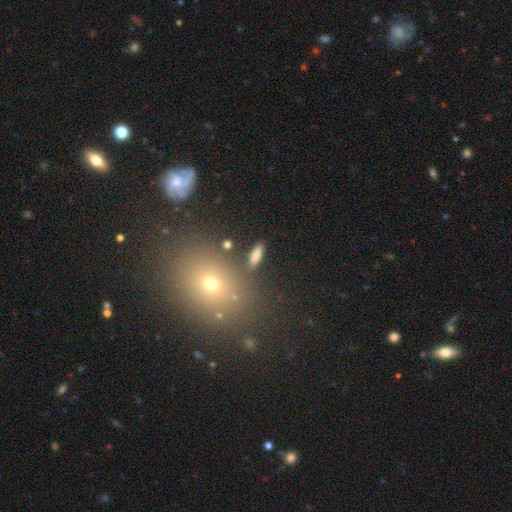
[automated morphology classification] Q: Smooth or featured?
A: smooth (75%); runner-up: featured or disk (14%)
Q: How rounded?
A: in between (64%); runner-up: cigar-shaped (30%)
Q: Merging?
A: none (82%); runner-up: minor disturbance (9%)